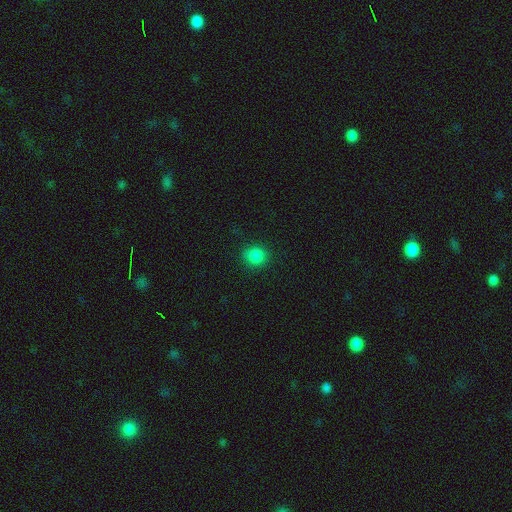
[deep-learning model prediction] smooth-or-featured: smooth: 84% | star or artifact: 12% | featured or disk: 3%
  how-rounded: round: 86% | in between: 13% | cigar-shaped: 1%
  merging: none: 86% | minor disturbance: 10% | major disturbance: 3% | merger: 1%